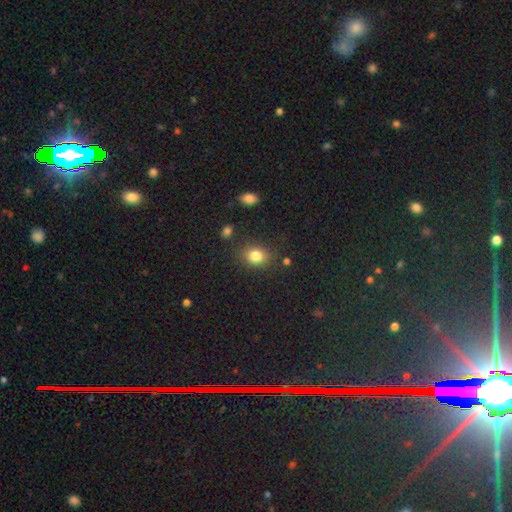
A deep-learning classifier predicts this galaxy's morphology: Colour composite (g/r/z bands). It shows a smooth galaxy with no disk features (82%) that is in between round and cigar-shaped (52%). Merging: none (80%).